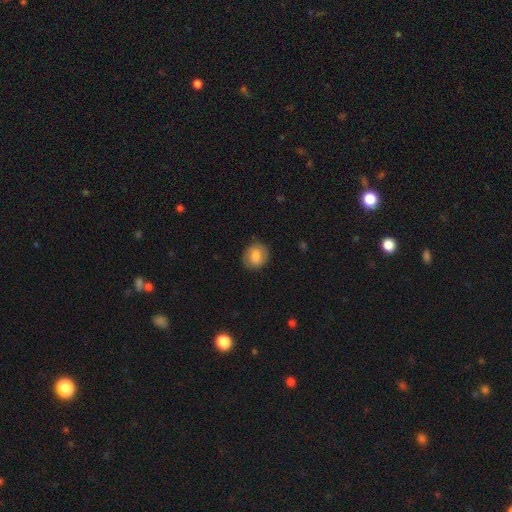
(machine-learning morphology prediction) smooth 74%, featured or disk 18%, star or artifact 8%. Down the decision tree: how rounded — round (75%); merging — none (85%).